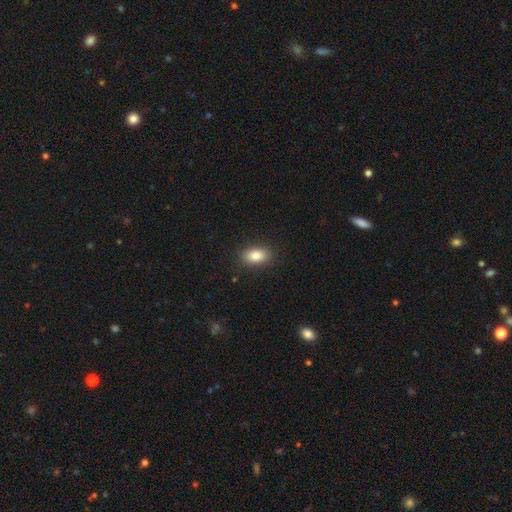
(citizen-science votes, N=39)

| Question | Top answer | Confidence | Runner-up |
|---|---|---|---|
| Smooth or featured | smooth | 85% | star or artifact (10%) |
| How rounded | in between | 91% | round (6%) |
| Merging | none | 89% | minor disturbance (6%) |